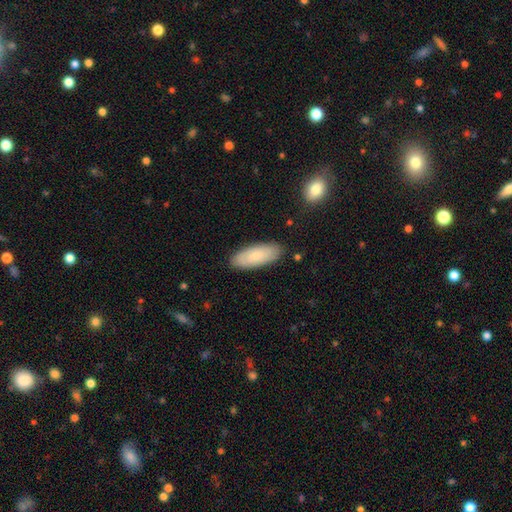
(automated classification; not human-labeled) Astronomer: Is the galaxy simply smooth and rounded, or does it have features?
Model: smooth — 78%.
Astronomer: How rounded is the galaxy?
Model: in between — 79%.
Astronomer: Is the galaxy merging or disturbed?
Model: none — 85%.